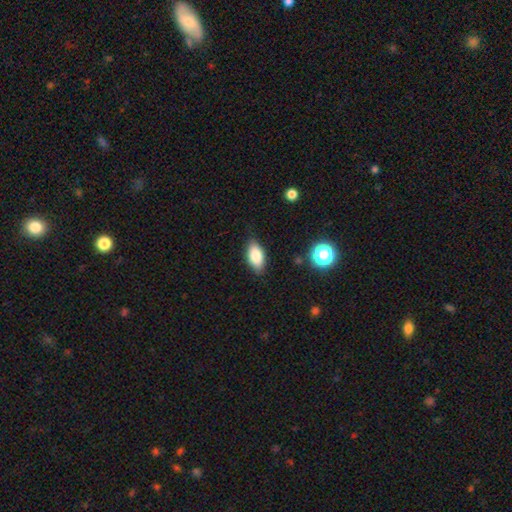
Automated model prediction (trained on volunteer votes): Morphology: type=smooth (82%); roundness=in between (90%); merging=none (82%).